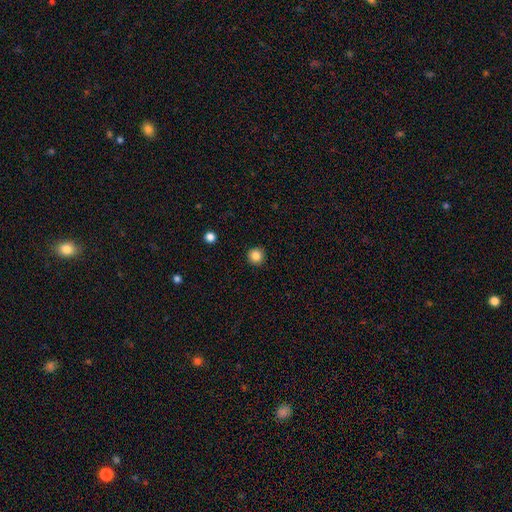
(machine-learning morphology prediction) Q: Smooth or featured?
A: smooth (85%); runner-up: star or artifact (11%)
Q: How rounded?
A: round (95%); runner-up: in between (4%)
Q: Merging?
A: none (92%); runner-up: minor disturbance (5%)